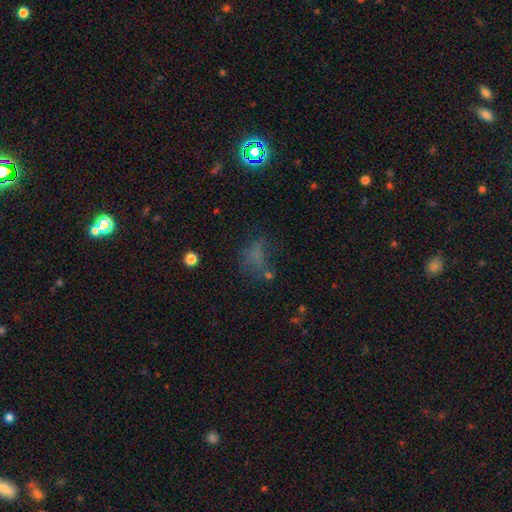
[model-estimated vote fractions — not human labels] Smooth or featured: smooth — 49% (star or artifact — 32%)
Merging: none — 46% (major disturbance — 25%)